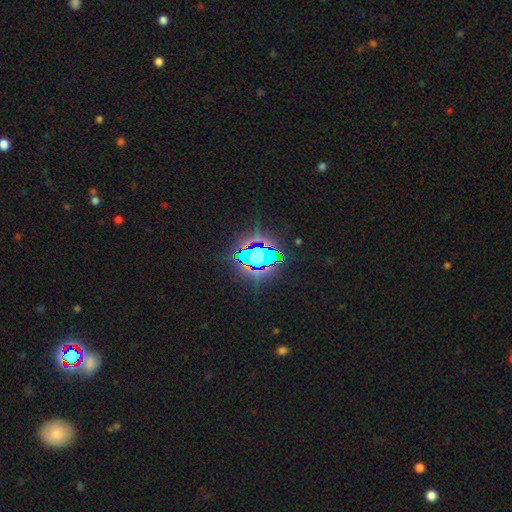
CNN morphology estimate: Smooth or featured?
  - star or artifact: 72% *
  - smooth: 15%
  - featured or disk: 13%